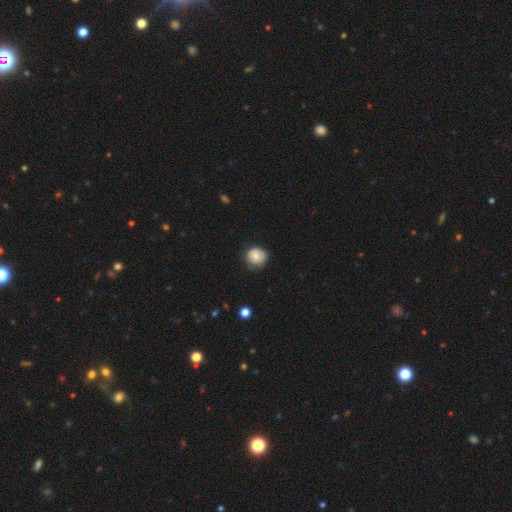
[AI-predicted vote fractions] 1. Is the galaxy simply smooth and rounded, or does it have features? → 74% smooth, 18% featured or disk, 8% star or artifact.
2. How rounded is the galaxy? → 88% round, 11% in between, 1% cigar-shaped.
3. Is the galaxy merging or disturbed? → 71% none, 23% minor disturbance, 5% major disturbance, 1% merger.